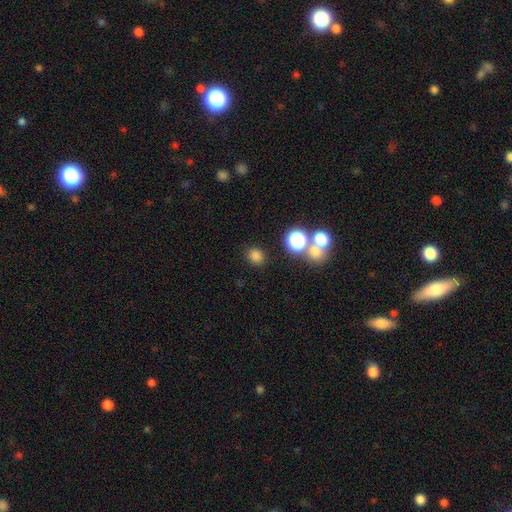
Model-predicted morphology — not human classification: smooth 77%, star or artifact 18%, featured or disk 5%. Down the decision tree: how rounded — round (80%); merging — none (81%).